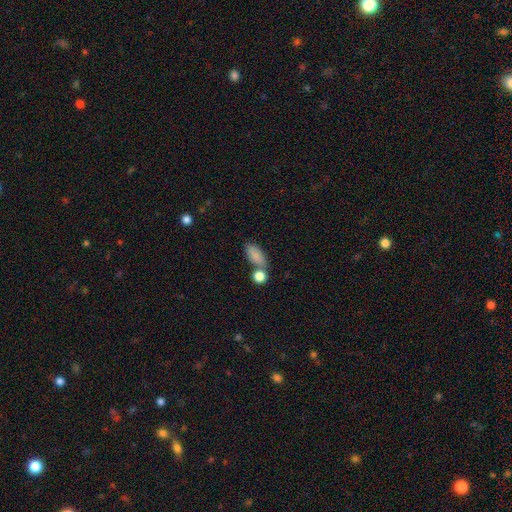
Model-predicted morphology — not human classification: A smooth galaxy with no disk features (84%) that is in between round and cigar-shaped (82%). Merging: none (55%).